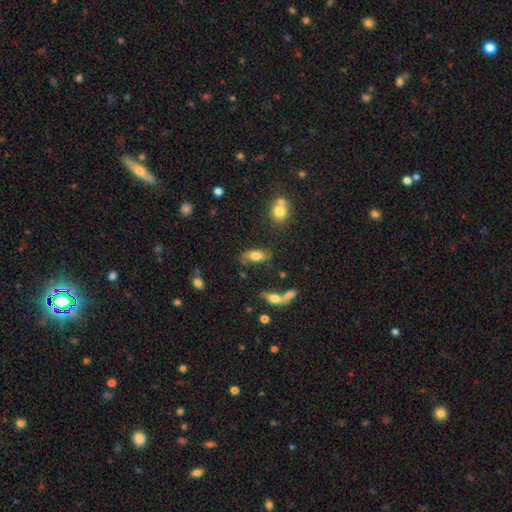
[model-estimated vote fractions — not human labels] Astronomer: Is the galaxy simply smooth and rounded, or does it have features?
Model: smooth — 72%.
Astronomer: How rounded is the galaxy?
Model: in between — 87%.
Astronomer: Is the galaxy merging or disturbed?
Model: none — 67%.